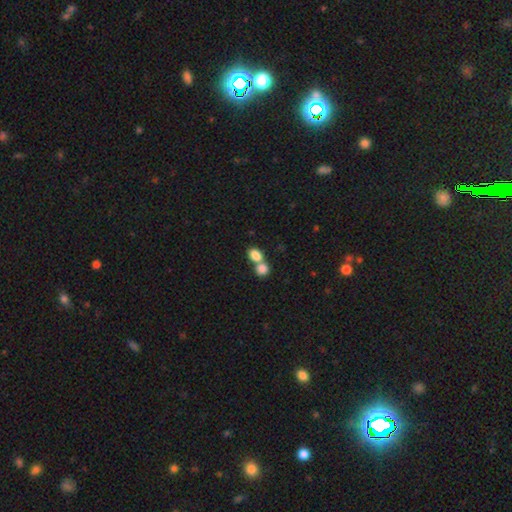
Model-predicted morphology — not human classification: Smooth or featured?
  - smooth: 84% *
  - star or artifact: 9%
  - featured or disk: 8%
How rounded?
  - in between: 64% *
  - round: 35%
  - cigar-shaped: 2%
Merging?
  - merger: 58% *
  - none: 33%
  - minor disturbance: 6%
  - major disturbance: 3%